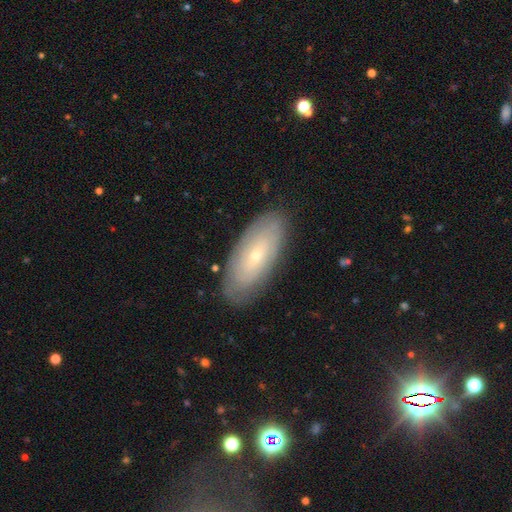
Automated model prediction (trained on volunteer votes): This appears to be a featured or disk galaxy (56%). Merging: none (83%).